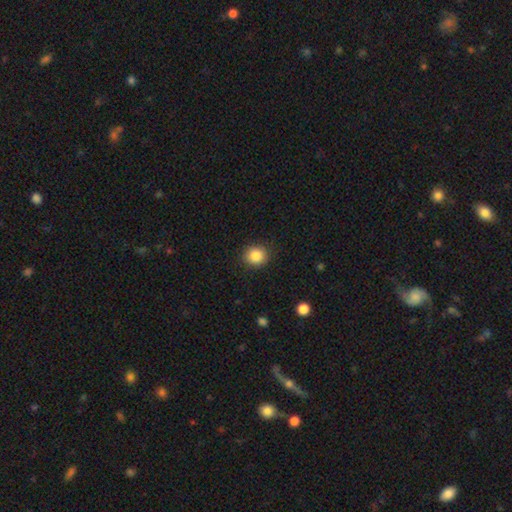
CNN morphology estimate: The model was most divided on "how rounded": round: 86%, in between: 13%, cigar-shaped: 1%. More confident: merging — none (89%); smooth or featured — smooth (86%).